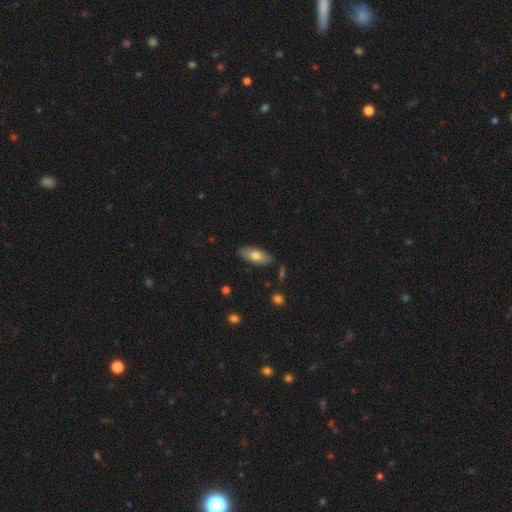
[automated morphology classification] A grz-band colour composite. It shows a smooth galaxy with no disk features (73%) that is in between round and cigar-shaped (83%). Merging: none (86%).